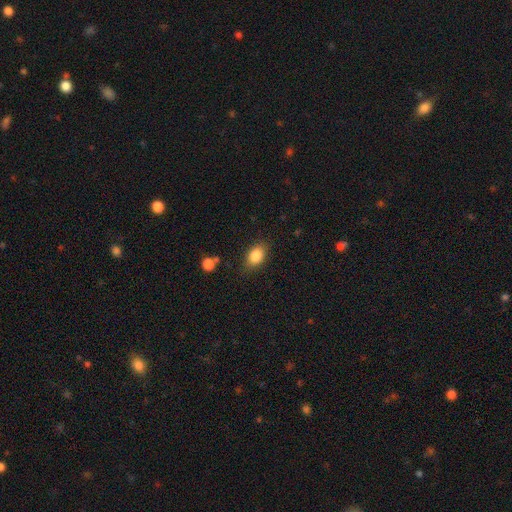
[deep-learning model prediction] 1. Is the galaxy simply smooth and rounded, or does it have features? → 85% smooth, 9% star or artifact, 7% featured or disk.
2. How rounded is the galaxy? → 81% in between, 17% round, 2% cigar-shaped.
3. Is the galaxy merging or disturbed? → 81% none, 13% minor disturbance, 3% major disturbance, 2% merger.